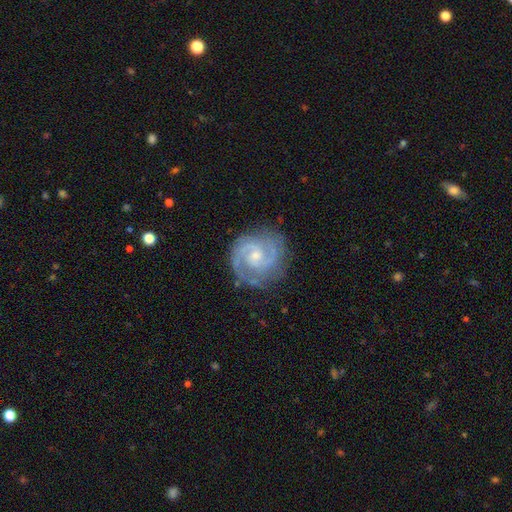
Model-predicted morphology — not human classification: Overall: featured or disk (90%). Edge-on disk: no (98%). Bar: no (56%; weak 37%). Spiral arms: yes (98%). Spiral arm count: 2 (81%). Spiral winding: medium (48%; tight 45%). Bulge size: small (66%; moderate 29%). Merging: none (79%).